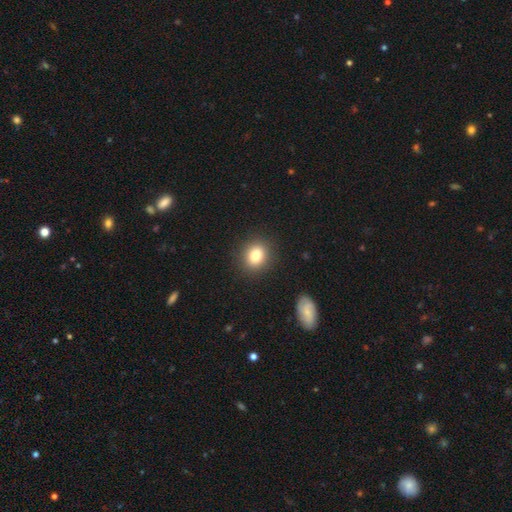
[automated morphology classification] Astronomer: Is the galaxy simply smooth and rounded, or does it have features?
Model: smooth — 81%.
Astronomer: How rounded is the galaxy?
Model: round — 65%.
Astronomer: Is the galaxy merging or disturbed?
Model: none — 89%.